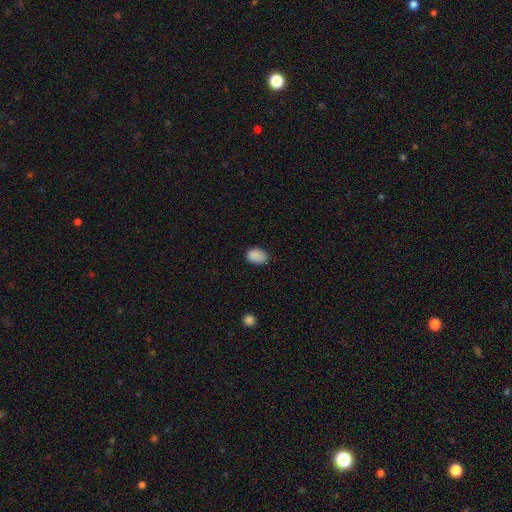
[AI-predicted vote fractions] A smooth galaxy with no disk features (88%) that is in between round and cigar-shaped (76%).

Vote fractions:
- Smooth or featured? smooth: 88% / star or artifact: 9% / featured or disk: 3%
- How rounded? in between: 76% / round: 23% / cigar-shaped: 1%
- Merging? none: 77% / minor disturbance: 19% / major disturbance: 3% / merger: 1%